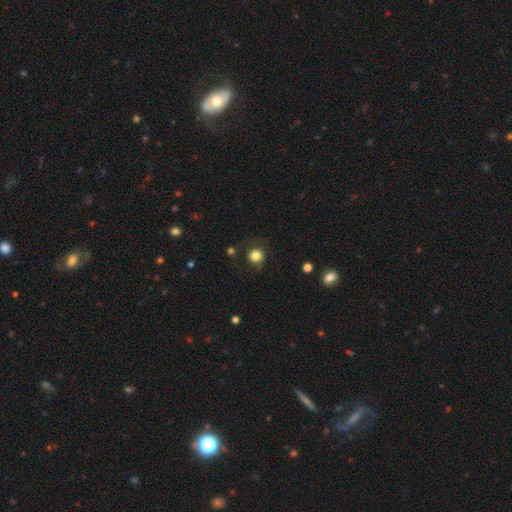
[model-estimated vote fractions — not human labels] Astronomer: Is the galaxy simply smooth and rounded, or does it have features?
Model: smooth — 83%.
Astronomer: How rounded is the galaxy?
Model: round — 93%.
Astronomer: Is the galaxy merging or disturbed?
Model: none — 80%.